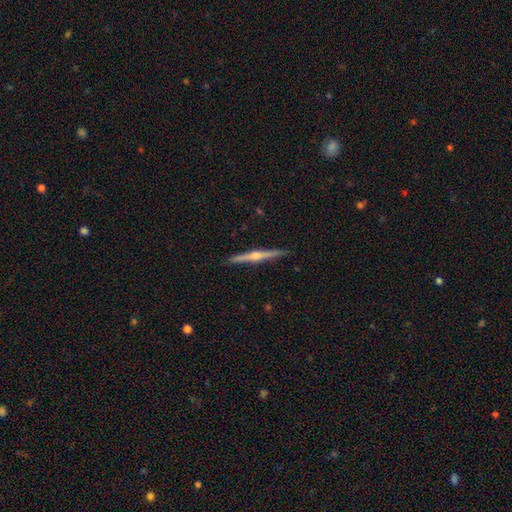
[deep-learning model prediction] featured or disk 80%, smooth 14%, star or artifact 5%. Down the decision tree: edge-on disk — yes (98%); edge-on bulge — rounded (90%); merging — none (92%).